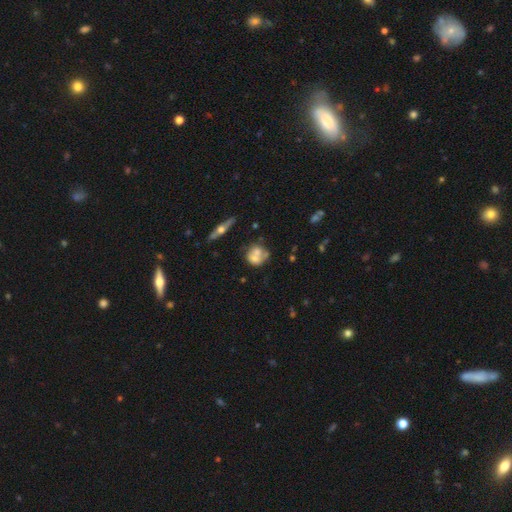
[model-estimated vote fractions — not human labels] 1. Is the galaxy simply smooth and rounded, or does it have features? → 53% smooth, 38% featured or disk, 9% star or artifact.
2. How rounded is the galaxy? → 66% round, 31% in between, 2% cigar-shaped.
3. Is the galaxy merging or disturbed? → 41% merger, 35% none, 16% minor disturbance, 9% major disturbance.